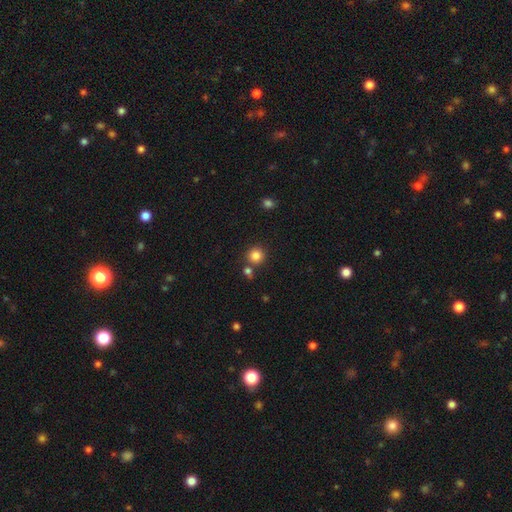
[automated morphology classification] Smooth or featured: smooth — 84% (star or artifact — 11%)
How rounded: round — 92% (in between — 7%)
Merging: none — 77% (merger — 12%)